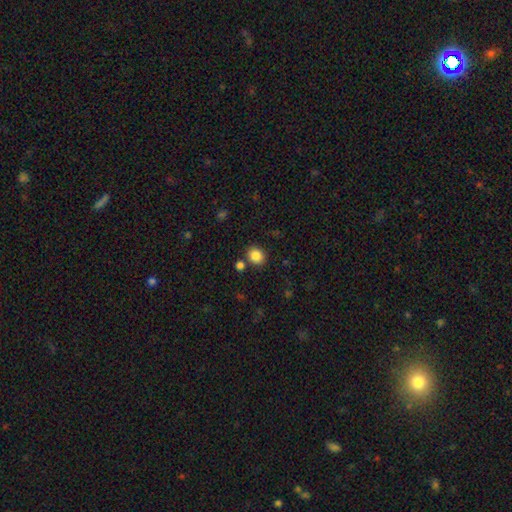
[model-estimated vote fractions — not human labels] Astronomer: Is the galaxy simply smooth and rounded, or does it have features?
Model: smooth — 86%.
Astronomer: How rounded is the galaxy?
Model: round — 72%.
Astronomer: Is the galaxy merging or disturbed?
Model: none — 81%.